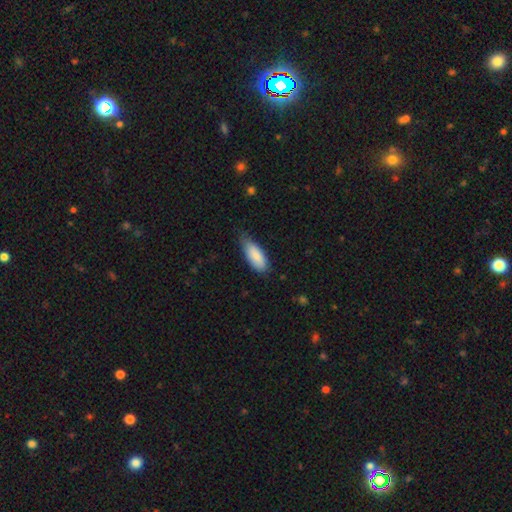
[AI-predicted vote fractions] Smooth or featured?
  - smooth: 87% *
  - featured or disk: 7%
  - star or artifact: 5%
How rounded?
  - in between: 79% *
  - cigar-shaped: 19%
  - round: 2%
Merging?
  - none: 60% *
  - minor disturbance: 33%
  - major disturbance: 5%
  - merger: 1%